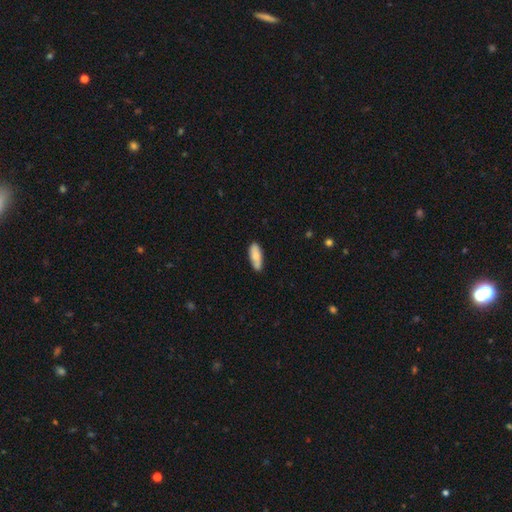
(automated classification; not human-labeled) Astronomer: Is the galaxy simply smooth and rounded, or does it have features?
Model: smooth — 77%.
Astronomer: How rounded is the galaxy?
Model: in between — 66%.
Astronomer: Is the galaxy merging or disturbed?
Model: none — 79%.